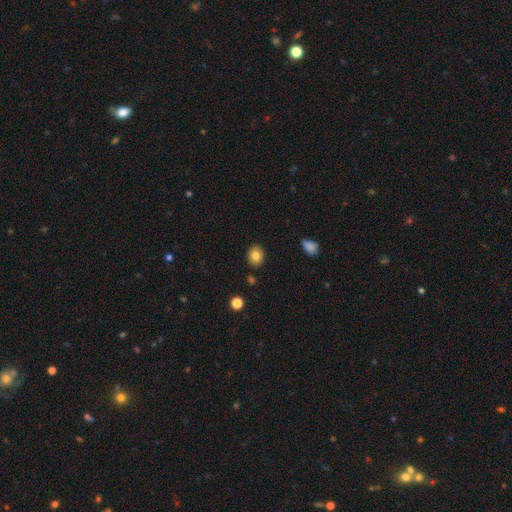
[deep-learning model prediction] Smooth or featured?
  - smooth: 81% *
  - star or artifact: 10%
  - featured or disk: 9%
How rounded?
  - round: 59% *
  - in between: 40%
  - cigar-shaped: 1%
Merging?
  - none: 88% *
  - minor disturbance: 8%
  - merger: 2%
  - major disturbance: 2%